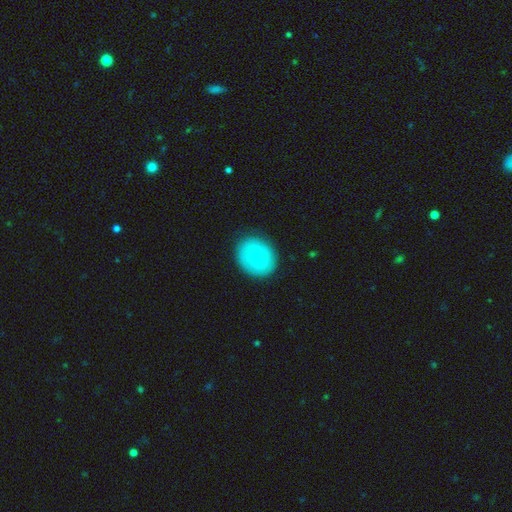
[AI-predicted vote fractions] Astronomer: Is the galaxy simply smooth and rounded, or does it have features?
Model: featured or disk — 55% (runner-up: smooth, 40%).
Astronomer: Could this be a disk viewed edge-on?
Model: no — 96%.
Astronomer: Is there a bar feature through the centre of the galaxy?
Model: weak — 46% (runner-up: no, 39%).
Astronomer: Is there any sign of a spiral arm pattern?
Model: no — 54% (runner-up: yes, 46%).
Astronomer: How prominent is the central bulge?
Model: moderate — 71%.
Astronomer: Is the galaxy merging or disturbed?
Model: none — 87%.